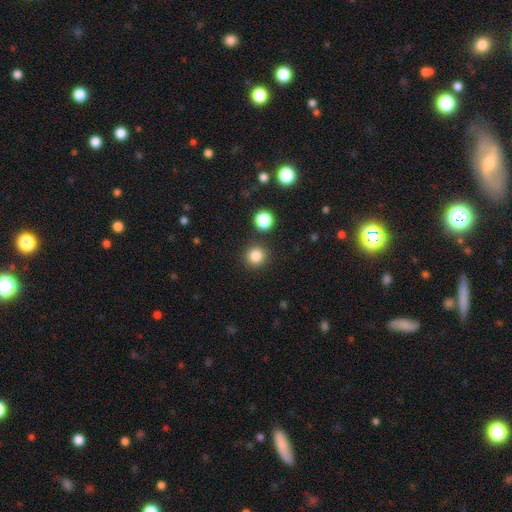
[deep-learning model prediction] This appears to be a smooth galaxy with no disk features (83%) that is round (93%). Merging: none (88%).